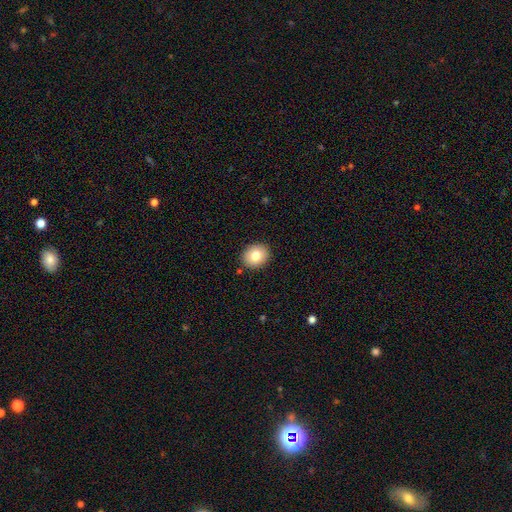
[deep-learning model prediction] A smooth galaxy with no disk features (80%) that is round (65%).

Vote fractions:
- Smooth or featured? smooth: 80% / featured or disk: 11% / star or artifact: 9%
- How rounded? round: 65% / in between: 34% / cigar-shaped: 1%
- Merging? none: 89% / minor disturbance: 7% / major disturbance: 2% / merger: 1%